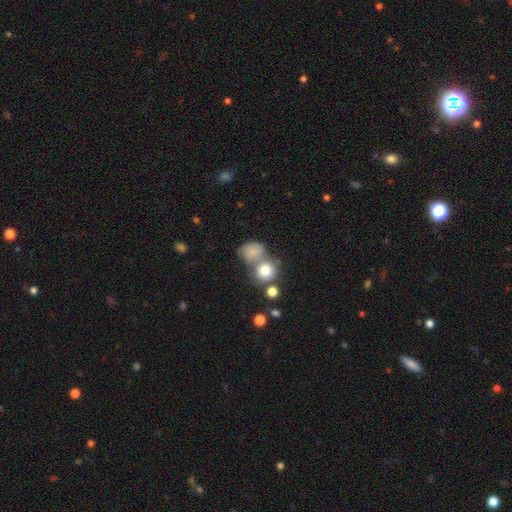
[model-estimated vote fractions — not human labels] The model was most divided on "merging": none: 42%, merger: 39%, minor disturbance: 12%, major disturbance: 7%. More confident: how rounded — round (75%); smooth or featured — smooth (63%).